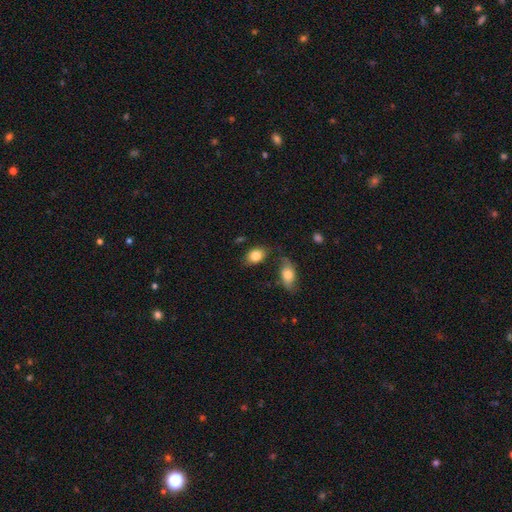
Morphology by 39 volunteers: Volunteers were most divided on "how rounded": in between: 74%, round: 24%, cigar-shaped: 3%. More confident: smooth or featured — smooth (87%); merging — none (73%).